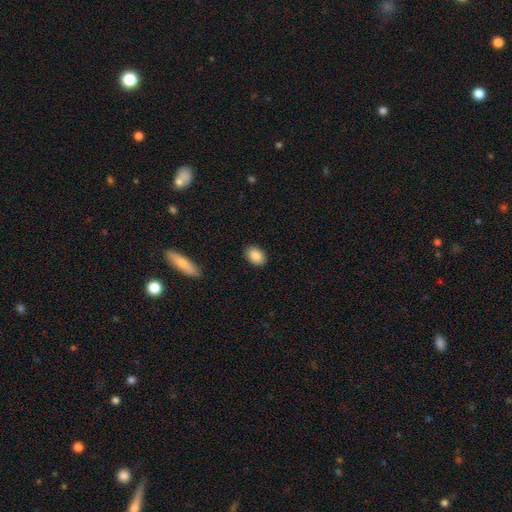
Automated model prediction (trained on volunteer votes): smooth-or-featured: smooth: 88% | star or artifact: 7% | featured or disk: 5%
  how-rounded: in between: 84% | round: 15% | cigar-shaped: 1%
  merging: none: 88% | minor disturbance: 8% | major disturbance: 2% | merger: 1%